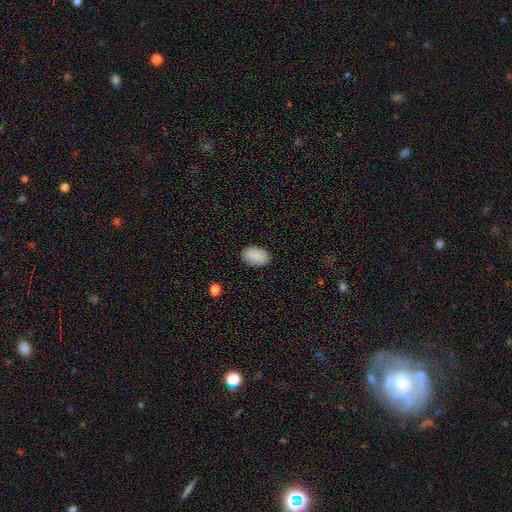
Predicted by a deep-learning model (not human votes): Morphology: type=smooth (89%); roundness=in between (91%); merging=none (88%).